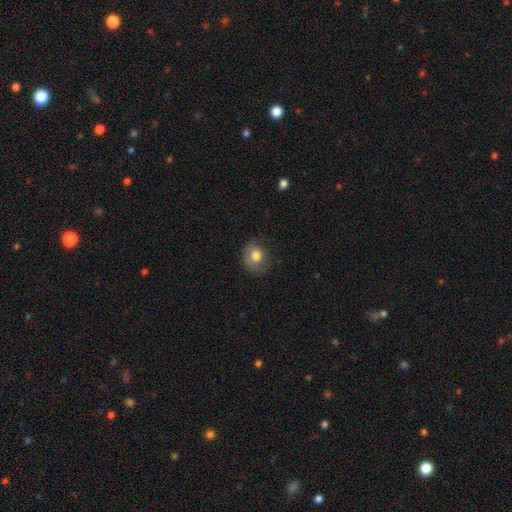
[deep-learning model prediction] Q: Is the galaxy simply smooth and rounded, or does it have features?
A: smooth — 79%.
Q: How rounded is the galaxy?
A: round — 68%.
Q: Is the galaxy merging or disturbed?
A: none — 69%.